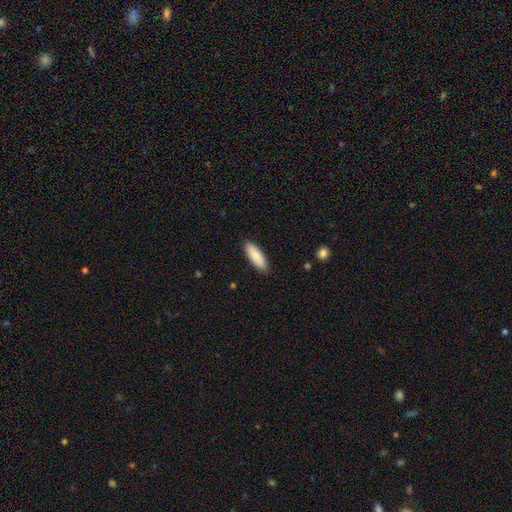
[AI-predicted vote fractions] Smooth or featured? Predicted: smooth (p=0.87). How rounded? Predicted: in between (p=0.59). Merging? Predicted: none (p=0.88).